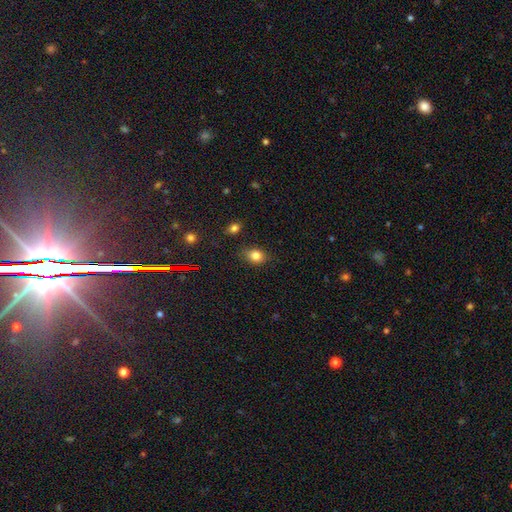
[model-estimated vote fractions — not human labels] A smooth galaxy with no disk features (81%) that is in between round and cigar-shaped (65%). Merging: none (81%).